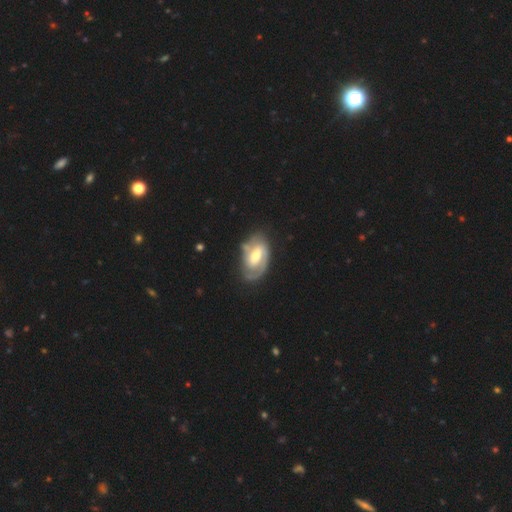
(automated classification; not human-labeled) Smooth or featured: featured or disk — 80% (smooth — 16%)
Edge-on disk: no — 96% (yes — 4%)
Bar: weak — 47% (strong — 29%)
Spiral arms: yes — 90% (no — 10%)
Spiral winding: tight — 50% (medium — 37%)
Spiral arm count: 2 — 67% (1 — 15%)
Bulge size: moderate — 64% (small — 24%)
Merging: none — 69% (minor disturbance — 20%)